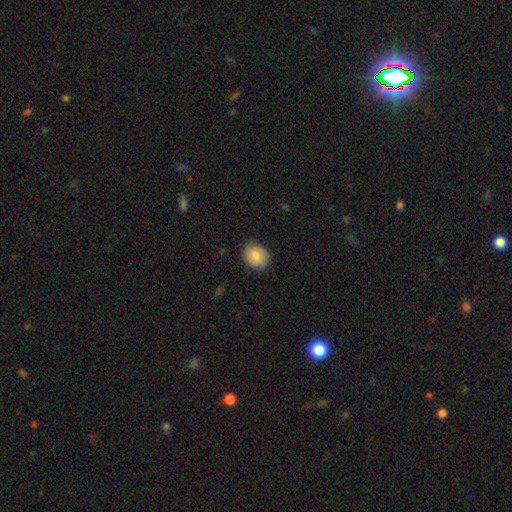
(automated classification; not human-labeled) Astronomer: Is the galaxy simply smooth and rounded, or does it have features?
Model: smooth — 84%.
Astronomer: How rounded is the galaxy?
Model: round — 60% (runner-up: in between, 40%).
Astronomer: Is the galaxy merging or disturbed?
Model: none — 87%.